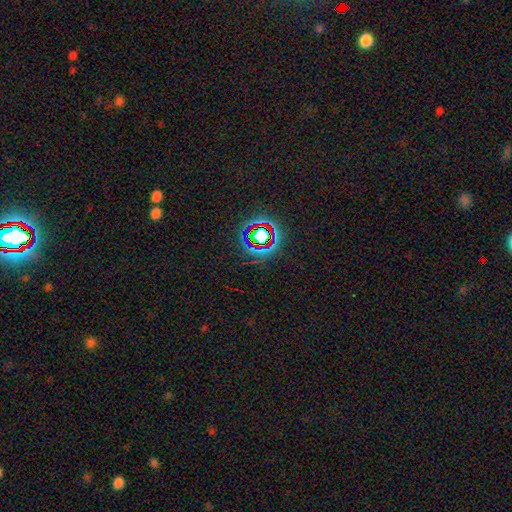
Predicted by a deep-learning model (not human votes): Morphology: type=star or artifact (62%).